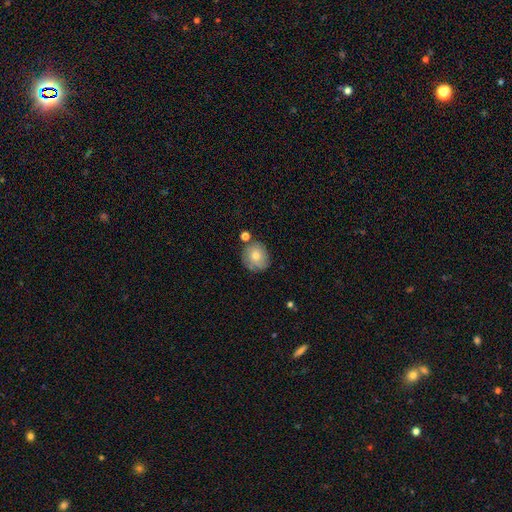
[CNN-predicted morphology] smooth_or_featured: smooth (p=0.66) [alt: featured or disk p=0.25]
how_rounded: round (p=0.81) [alt: in between p=0.18]
merging: none (p=0.69) [alt: minor disturbance p=0.18]